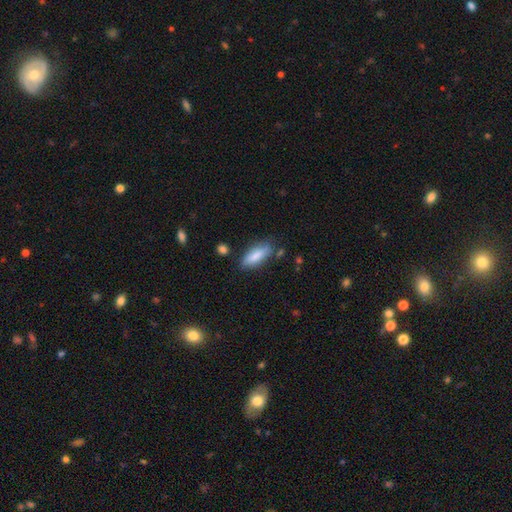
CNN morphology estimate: This appears to be a smooth galaxy with no disk features (82%) that is in between round and cigar-shaped (67%). Merging: none (73%).